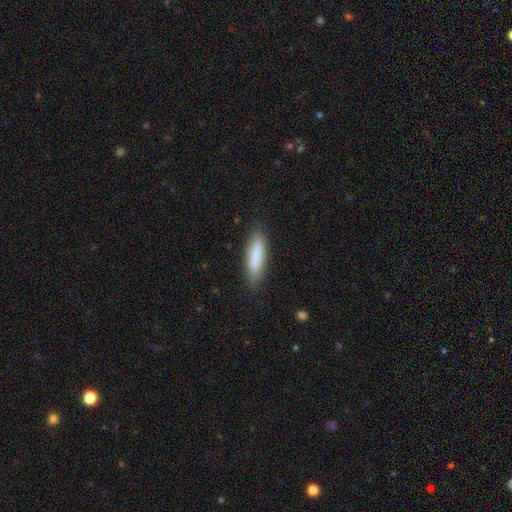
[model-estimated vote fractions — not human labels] The model was most divided on "how rounded": cigar-shaped: 67%, in between: 32%, round: 1%. More confident: merging — none (86%); smooth or featured — smooth (84%).